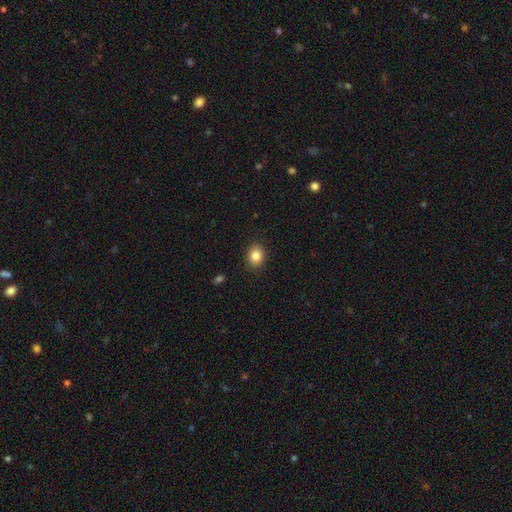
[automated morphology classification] This appears to be a smooth galaxy with no disk features (85%) that is in between round and cigar-shaped (52%). Merging: none (89%).